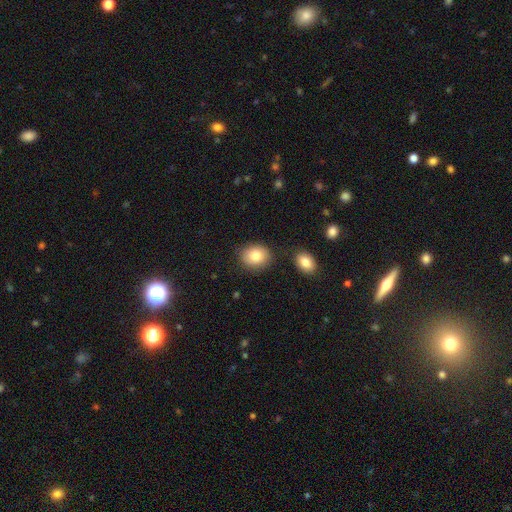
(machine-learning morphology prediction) A smooth galaxy with no disk features (83%) that is round (57%). Merging: none (79%).